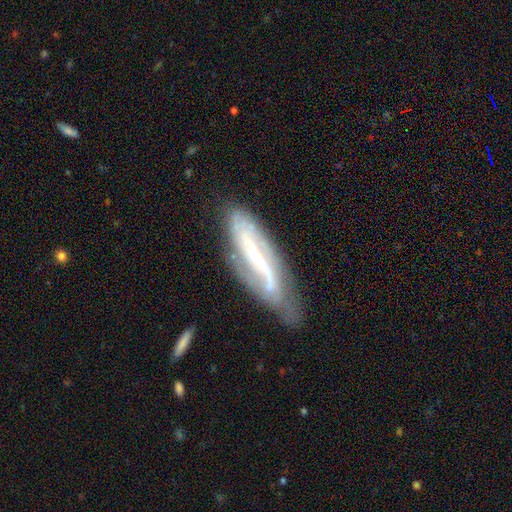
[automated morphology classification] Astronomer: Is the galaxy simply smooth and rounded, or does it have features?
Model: featured or disk — 79%.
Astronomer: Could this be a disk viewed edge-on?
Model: no — 77%.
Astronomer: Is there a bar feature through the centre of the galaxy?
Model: strong — 64%.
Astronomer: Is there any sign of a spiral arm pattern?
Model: yes — 83%.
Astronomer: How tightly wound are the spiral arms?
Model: loose — 38% (runner-up: medium, 35%).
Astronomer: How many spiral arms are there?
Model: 2 — 66%.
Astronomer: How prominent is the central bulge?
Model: small — 53% (runner-up: moderate, 28%).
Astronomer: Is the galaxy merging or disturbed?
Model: none — 57%.